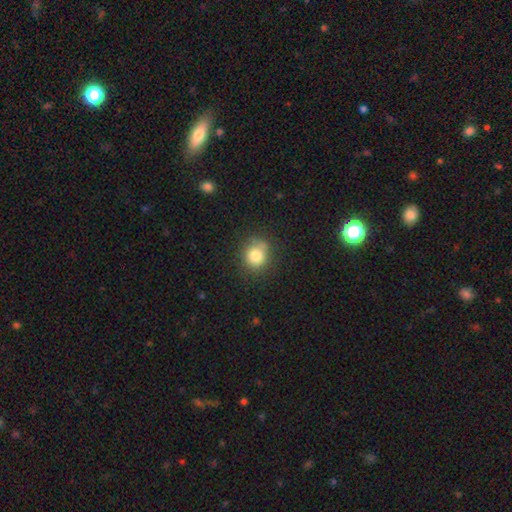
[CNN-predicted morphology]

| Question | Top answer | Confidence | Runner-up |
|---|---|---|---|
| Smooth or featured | smooth | 81% | star or artifact (11%) |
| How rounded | round | 83% | in between (16%) |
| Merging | none | 73% | minor disturbance (19%) |